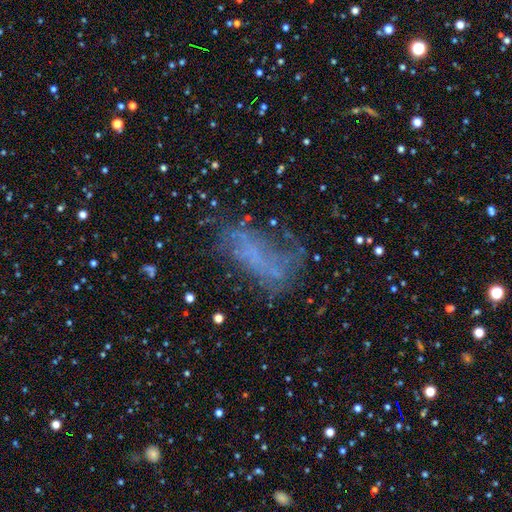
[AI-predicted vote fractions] Q: Smooth or featured?
A: smooth (36%); runner-up: featured or disk (35%)
Q: Merging?
A: none (43%); runner-up: major disturbance (30%)